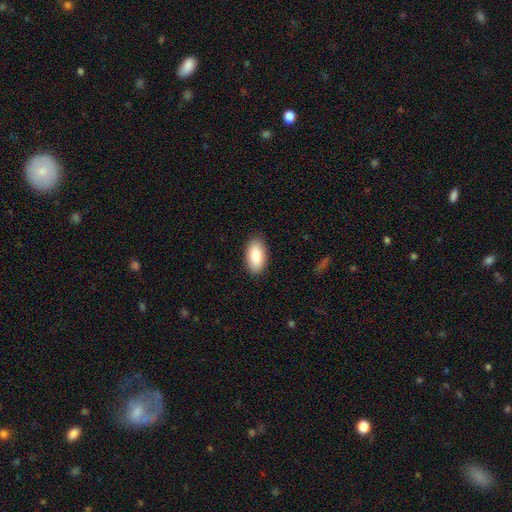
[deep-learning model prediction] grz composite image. It shows a smooth galaxy with no disk features (85%) that is in between round and cigar-shaped (94%). Merging: none (89%).